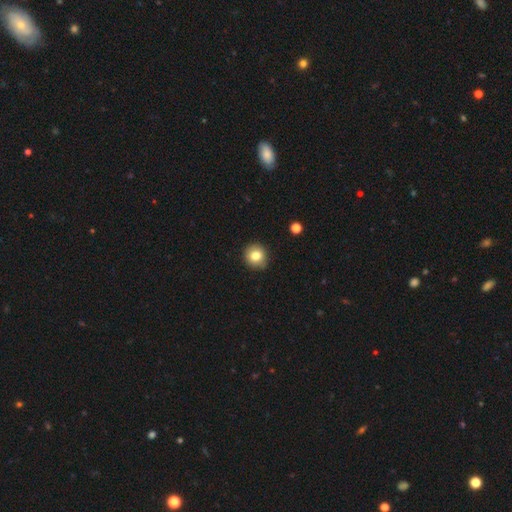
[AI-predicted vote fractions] Q: Smooth or featured?
A: smooth (81%); runner-up: star or artifact (10%)
Q: How rounded?
A: round (88%); runner-up: in between (11%)
Q: Merging?
A: none (88%); runner-up: minor disturbance (9%)